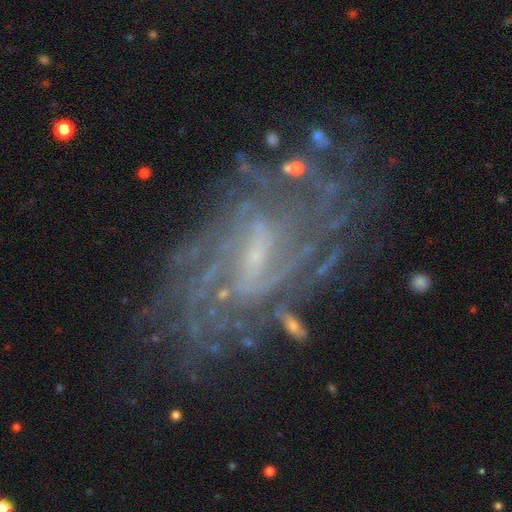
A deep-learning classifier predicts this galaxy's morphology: A featured or disk galaxy (85%) with a weak bar (55%), tight (60%) spiral arms (92%) and a small central bulge (64%).

Vote fractions:
- Smooth or featured? featured or disk: 85% / star or artifact: 8% / smooth: 7%
- Edge-on disk? no: 95% / yes: 5%
- Bar? weak: 55% / strong: 25% / no: 20%
- Spiral arms? yes: 92% / no: 8%
- Spiral winding? tight: 60% / medium: 29% / loose: 11%
- Spiral arm count? can't tell: 48% / more than 4: 14% / 4: 12% / 2: 10% / 3: 9% / 1: 7%
- Bulge size? small: 64% / moderate: 21% / none: 13% / large: 2% / dominant: 1%
- Merging? none: 75% / minor disturbance: 15% / major disturbance: 8% / merger: 2%